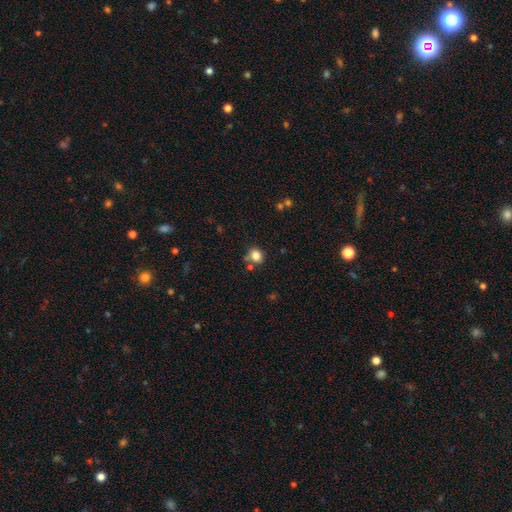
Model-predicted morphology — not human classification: A smooth galaxy with no disk features (82%) that is round (63%).

Vote fractions:
- Smooth or featured? smooth: 82% / star or artifact: 11% / featured or disk: 7%
- How rounded? round: 63% / in between: 36% / cigar-shaped: 1%
- Merging? none: 68% / minor disturbance: 15% / merger: 13% / major disturbance: 4%